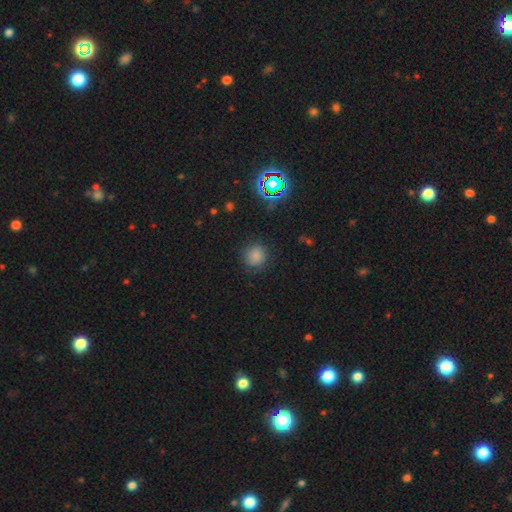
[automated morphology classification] Smooth or featured: smooth — 76% (star or artifact — 16%)
How rounded: round — 84% (in between — 15%)
Merging: none — 78% (minor disturbance — 15%)